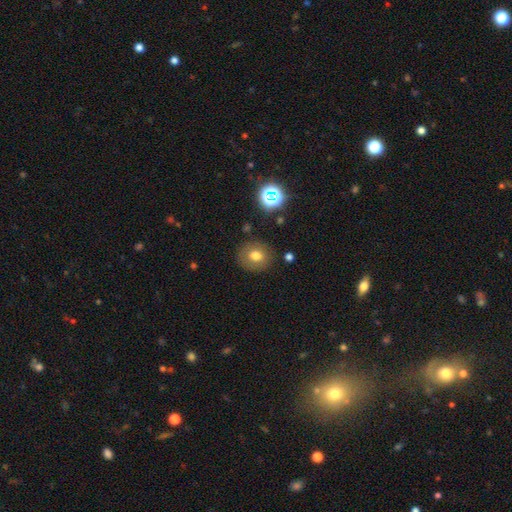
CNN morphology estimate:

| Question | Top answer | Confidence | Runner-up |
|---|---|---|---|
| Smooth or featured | smooth | 72% | featured or disk (14%) |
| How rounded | round | 78% | in between (21%) |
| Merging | none | 84% | minor disturbance (10%) |